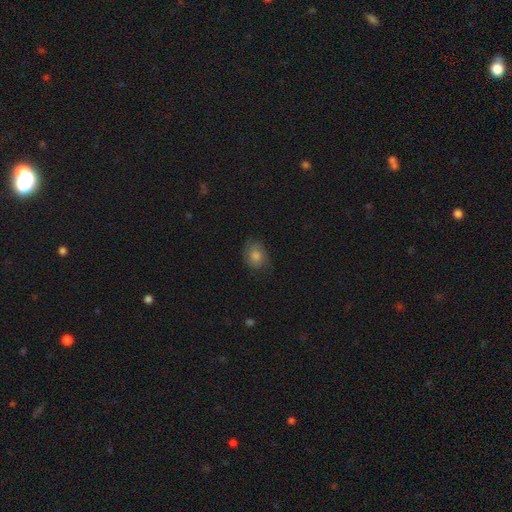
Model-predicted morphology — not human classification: The model was most divided on "how rounded": round: 50%, in between: 49%, cigar-shaped: 1%. More confident: merging — none (75%); smooth or featured — smooth (70%).